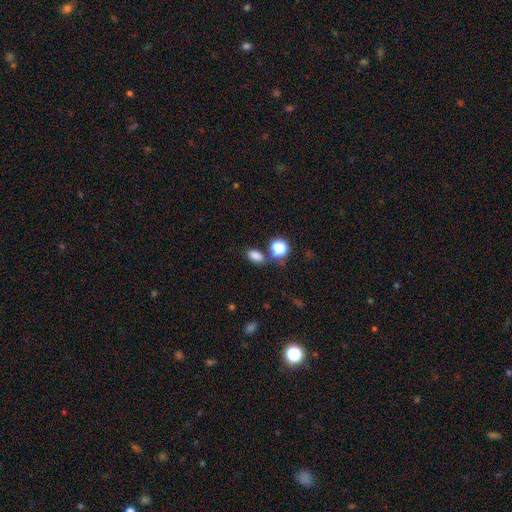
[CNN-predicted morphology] This is likely a smooth galaxy (80%). How rounded: clearly in between (80%). Merging: likely none (71%).